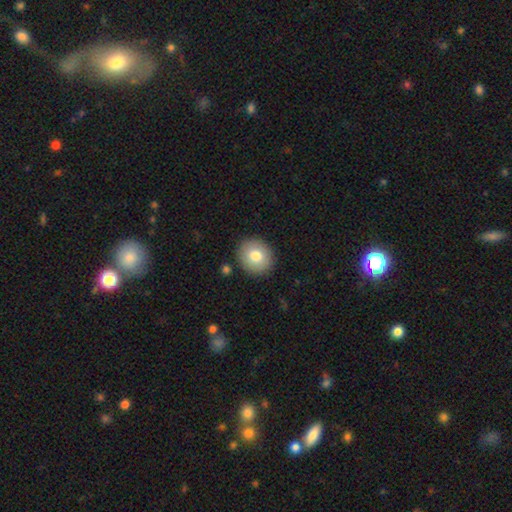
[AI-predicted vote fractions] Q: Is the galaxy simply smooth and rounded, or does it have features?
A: smooth — 78%.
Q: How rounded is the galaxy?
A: round — 78%.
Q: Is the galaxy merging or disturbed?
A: none — 88%.